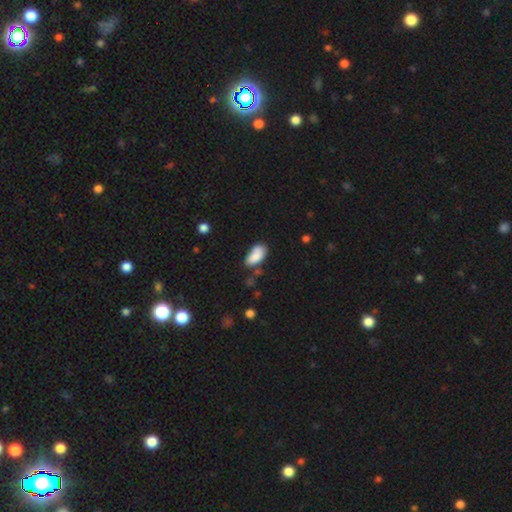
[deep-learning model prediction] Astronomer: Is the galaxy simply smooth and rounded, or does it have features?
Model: smooth — 83%.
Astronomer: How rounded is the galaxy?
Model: in between — 93%.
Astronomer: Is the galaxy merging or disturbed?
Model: none — 51% (runner-up: minor disturbance, 29%).